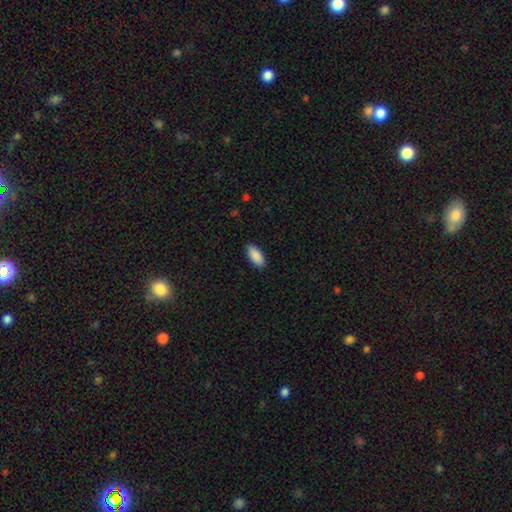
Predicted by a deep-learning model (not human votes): Smooth or featured? Predicted: smooth (p=0.90). How rounded? Predicted: in between (p=0.87). Merging? Predicted: none (p=0.89).